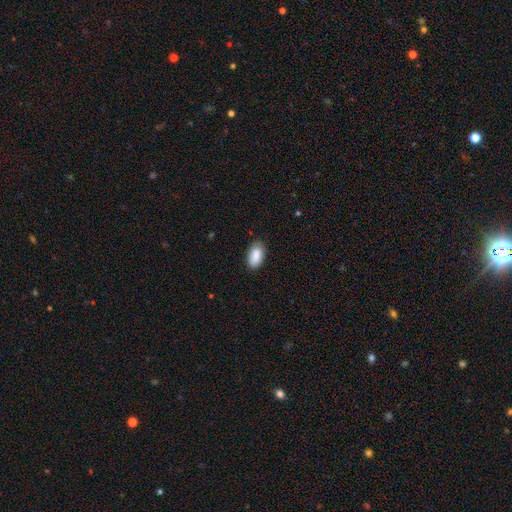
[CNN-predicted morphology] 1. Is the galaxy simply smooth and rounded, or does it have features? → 88% smooth, 6% star or artifact, 5% featured or disk.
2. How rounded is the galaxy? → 94% in between, 4% round, 2% cigar-shaped.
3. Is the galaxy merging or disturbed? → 81% none, 15% minor disturbance, 3% major disturbance, 1% merger.